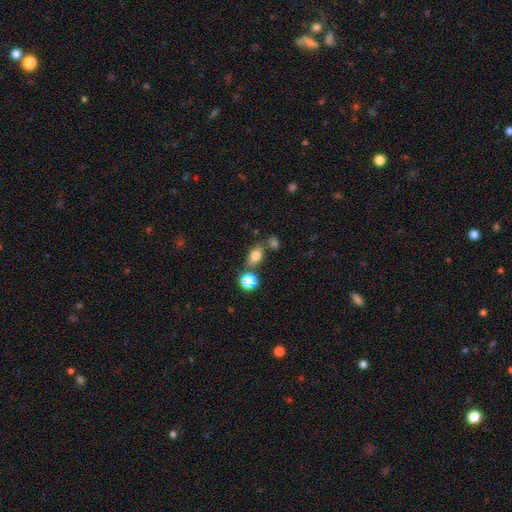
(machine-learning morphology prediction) smooth-or-featured: smooth: 78% | star or artifact: 12% | featured or disk: 10%
  how-rounded: in between: 77% | round: 21% | cigar-shaped: 3%
  merging: none: 68% | merger: 15% | minor disturbance: 13% | major disturbance: 4%